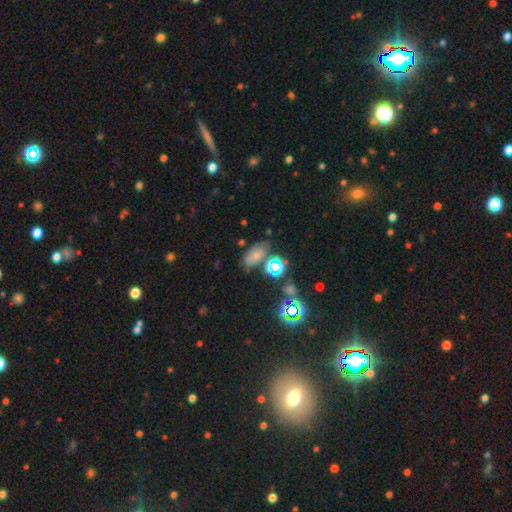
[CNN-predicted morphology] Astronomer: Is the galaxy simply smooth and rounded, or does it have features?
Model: smooth — 54%.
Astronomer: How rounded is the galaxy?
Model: in between — 84%.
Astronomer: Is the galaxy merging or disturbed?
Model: none — 65%.